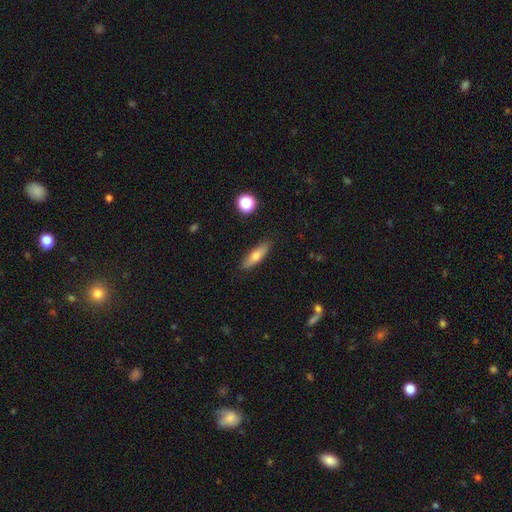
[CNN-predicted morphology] smooth_or_featured: smooth (p=0.65) [alt: featured or disk p=0.28]
how_rounded: cigar-shaped (p=0.59) [alt: in between p=0.38]
merging: none (p=0.87) [alt: minor disturbance p=0.09]